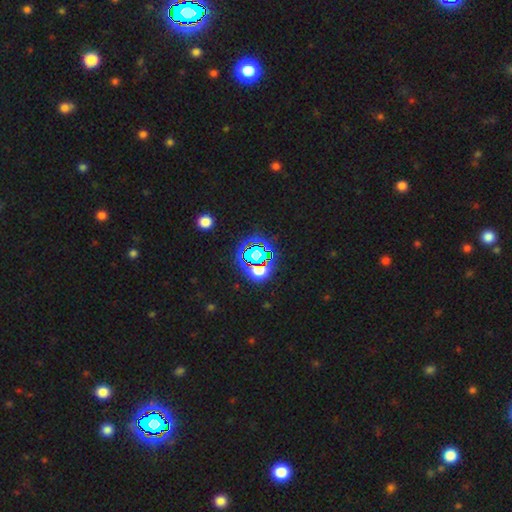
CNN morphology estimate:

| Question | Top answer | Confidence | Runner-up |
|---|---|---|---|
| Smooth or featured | star or artifact | 73% | smooth (17%) |